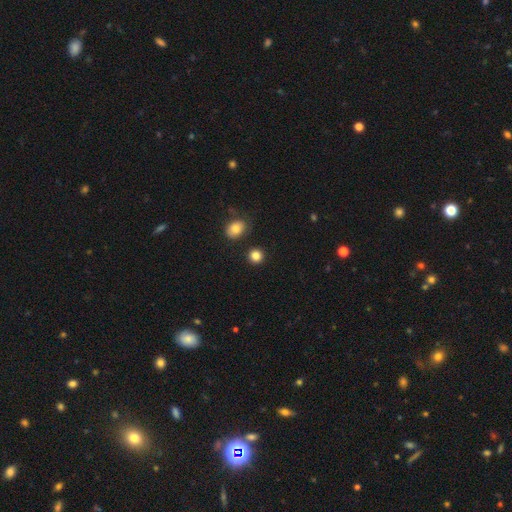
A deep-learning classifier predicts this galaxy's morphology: A smooth galaxy with no disk features (85%) that is round (88%).

Vote fractions:
- Smooth or featured? smooth: 85% / star or artifact: 11% / featured or disk: 4%
- How rounded? round: 88% / in between: 11% / cigar-shaped: 1%
- Merging? none: 88% / minor disturbance: 6% / merger: 3% / major disturbance: 2%